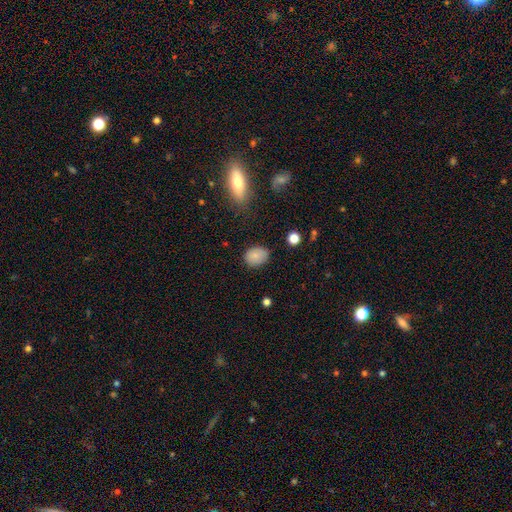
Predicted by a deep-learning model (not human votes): Smooth or featured?
  - smooth: 83% *
  - star or artifact: 10%
  - featured or disk: 7%
How rounded?
  - in between: 57% *
  - round: 42%
  - cigar-shaped: 1%
Merging?
  - none: 78% *
  - minor disturbance: 16%
  - major disturbance: 4%
  - merger: 2%